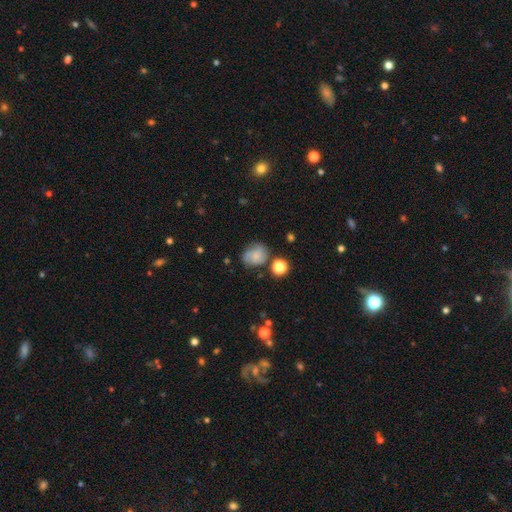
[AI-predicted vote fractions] Q: Smooth or featured?
A: smooth (48%); runner-up: featured or disk (40%)
Q: Merging?
A: none (61%); runner-up: minor disturbance (24%)